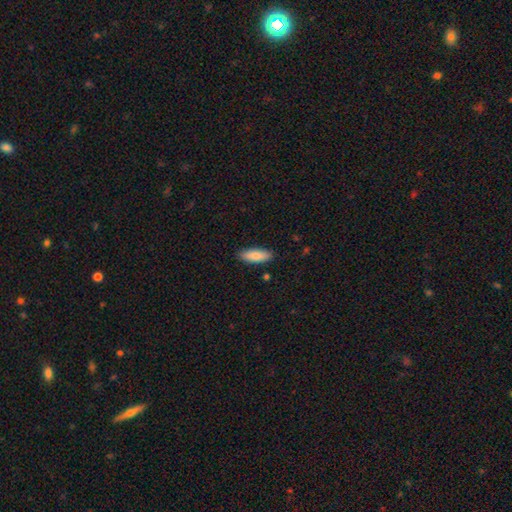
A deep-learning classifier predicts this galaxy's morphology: smooth_or_featured: smooth (p=0.84) [alt: featured or disk p=0.10]
how_rounded: in between (p=0.63) [alt: cigar-shaped p=0.35]
merging: none (p=0.88) [alt: minor disturbance p=0.09]